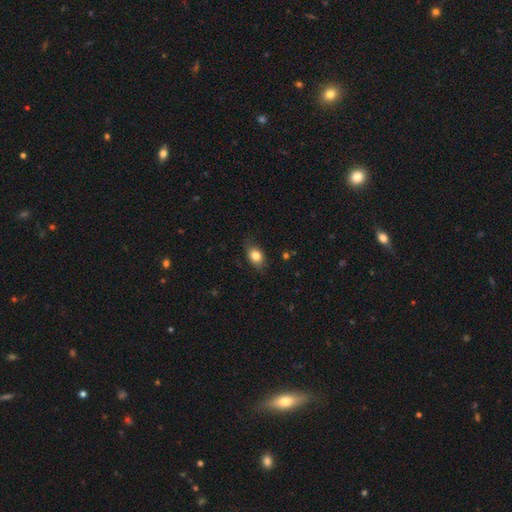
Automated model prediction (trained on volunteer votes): smooth_or_featured: smooth (p=0.81) [alt: featured or disk p=0.10]
how_rounded: in between (p=0.78) [alt: round p=0.19]
merging: none (p=0.78) [alt: minor disturbance p=0.17]